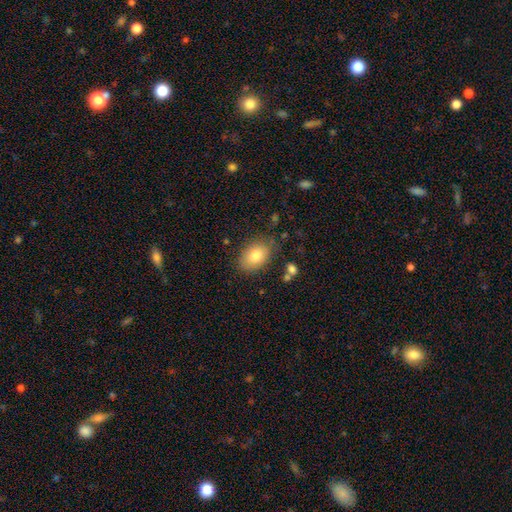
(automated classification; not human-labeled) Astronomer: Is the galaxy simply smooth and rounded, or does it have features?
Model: smooth — 81%.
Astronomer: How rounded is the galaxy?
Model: in between — 85%.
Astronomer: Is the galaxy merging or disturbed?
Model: none — 78%.